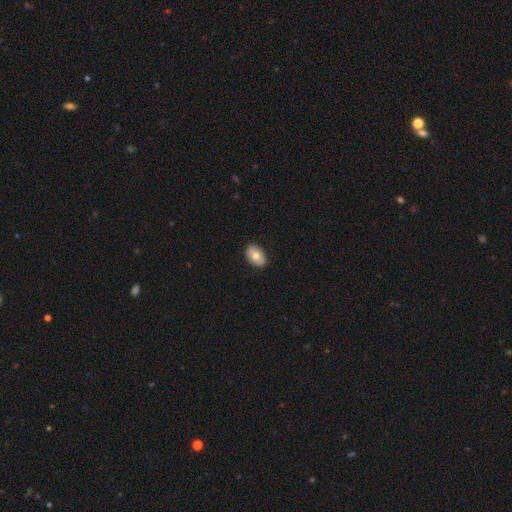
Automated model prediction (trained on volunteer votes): Smooth or featured? Predicted: smooth (p=0.72). How rounded? Predicted: in between (p=0.86). Merging? Predicted: none (p=0.88).